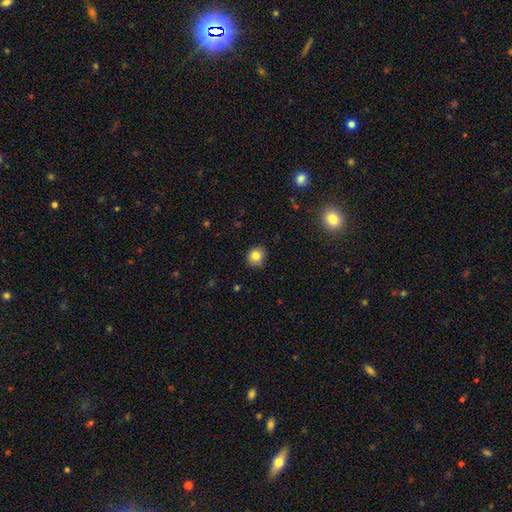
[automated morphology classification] Smooth or featured: smooth — 83% (star or artifact — 11%)
How rounded: round — 78% (in between — 21%)
Merging: none — 85% (minor disturbance — 12%)